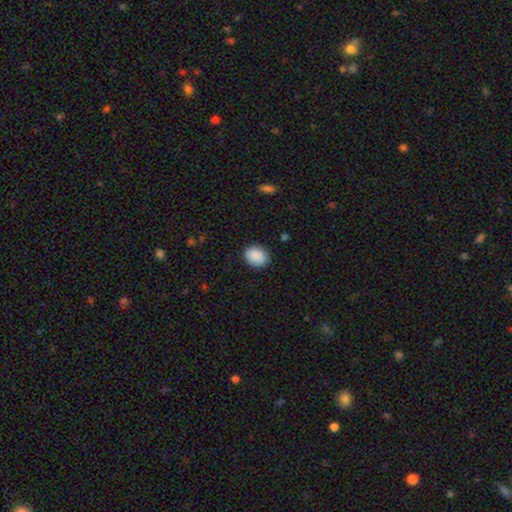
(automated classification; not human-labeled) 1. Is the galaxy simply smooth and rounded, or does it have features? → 90% smooth, 7% star or artifact, 3% featured or disk.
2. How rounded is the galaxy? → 50% round, 49% in between, 1% cigar-shaped.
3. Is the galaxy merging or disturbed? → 87% none, 9% minor disturbance, 2% major disturbance, 1% merger.